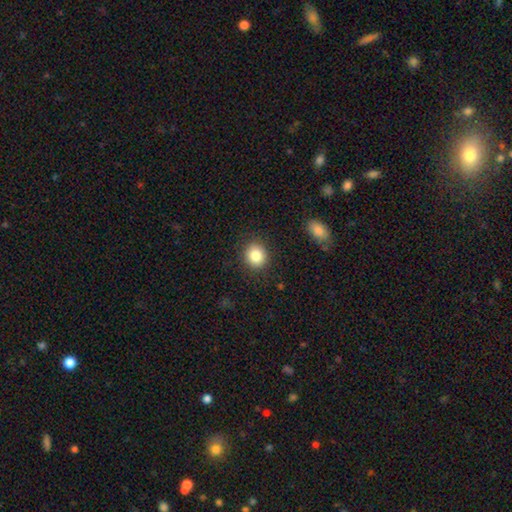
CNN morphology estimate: Smooth or featured? smooth (83%)
How rounded? round (79%)
Merging? none (88%)